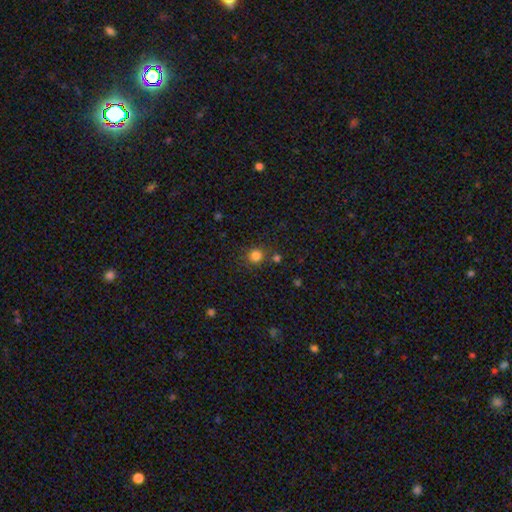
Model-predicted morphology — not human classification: smooth_or_featured: smooth (p=0.82) [alt: star or artifact p=0.14]
how_rounded: round (p=0.92) [alt: in between p=0.08]
merging: none (p=0.80) [alt: minor disturbance p=0.09]